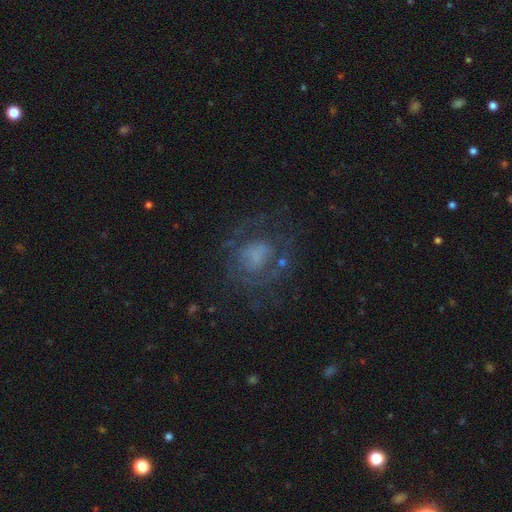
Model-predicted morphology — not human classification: Q: Smooth or featured?
A: featured or disk (58%); runner-up: smooth (28%)
Q: Edge-on disk?
A: no (97%); runner-up: yes (3%)
Q: Bar?
A: no (72%); runner-up: weak (22%)
Q: Spiral arms?
A: yes (57%); runner-up: no (43%)
Q: Bulge size?
A: none (38%); runner-up: moderate (23%)
Q: Merging?
A: none (59%); runner-up: major disturbance (21%)